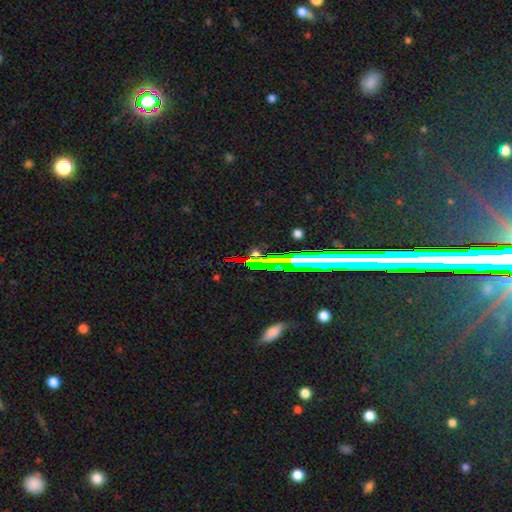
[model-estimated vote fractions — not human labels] Smooth or featured? Predicted: star or artifact (p=0.68).